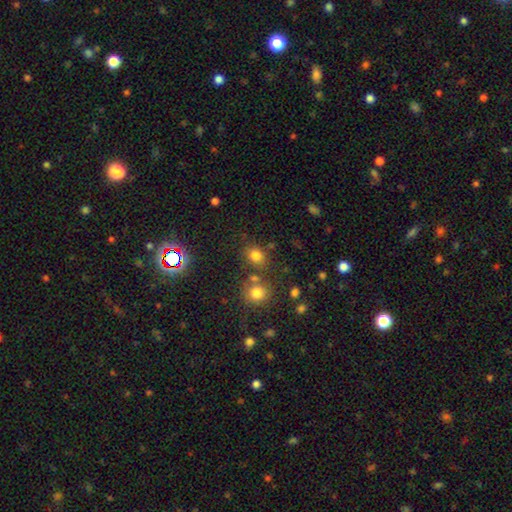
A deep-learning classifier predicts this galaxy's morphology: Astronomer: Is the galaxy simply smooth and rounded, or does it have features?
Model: smooth — 76%.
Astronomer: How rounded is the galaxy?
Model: round — 65%.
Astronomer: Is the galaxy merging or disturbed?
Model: none — 67%.